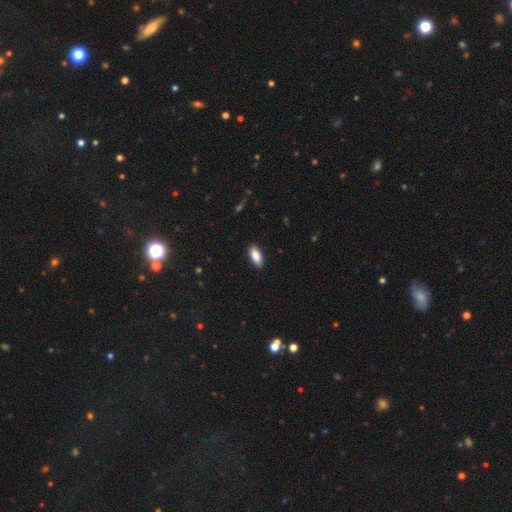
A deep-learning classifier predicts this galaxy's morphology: smooth_or_featured: smooth (p=0.87) [alt: star or artifact p=0.06]
how_rounded: in between (p=0.85) [alt: cigar-shaped p=0.13]
merging: none (p=0.89) [alt: minor disturbance p=0.09]